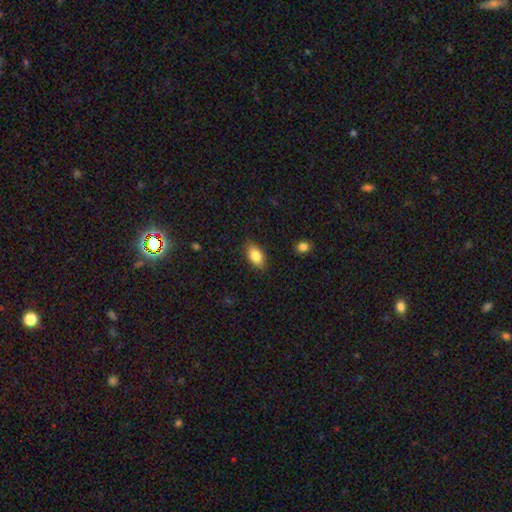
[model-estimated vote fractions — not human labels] smooth_or_featured: smooth (p=0.83) [alt: featured or disk p=0.10]
how_rounded: in between (p=0.89) [alt: round p=0.07]
merging: none (p=0.85) [alt: minor disturbance p=0.11]